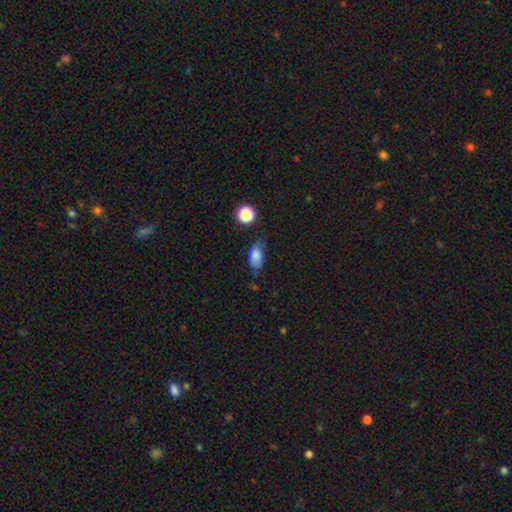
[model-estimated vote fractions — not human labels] Overall: smooth (80%). How rounded: in between (86%). Merging: none (56%; minor disturbance 32%).